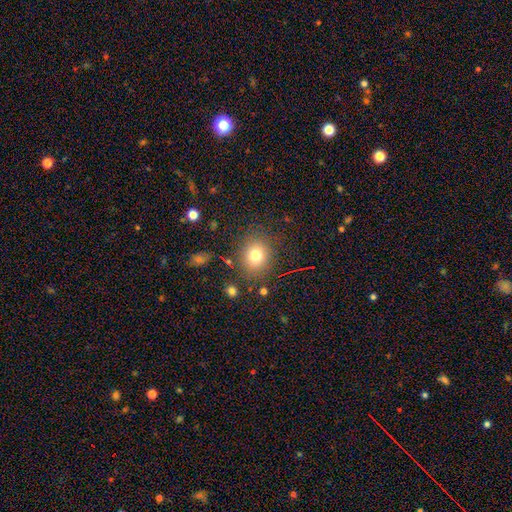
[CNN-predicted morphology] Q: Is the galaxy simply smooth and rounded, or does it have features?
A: smooth — 77%.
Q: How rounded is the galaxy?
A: round — 70%.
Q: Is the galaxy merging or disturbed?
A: none — 83%.